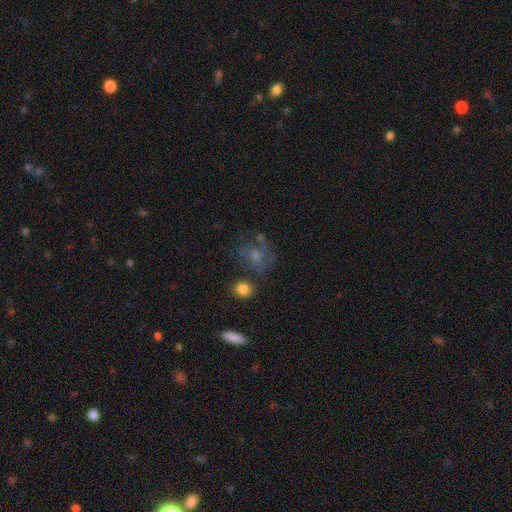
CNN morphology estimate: The model was most divided on "smooth or featured": smooth: 43%, featured or disk: 40%, star or artifact: 17%. Remaining: merging — none (47%).